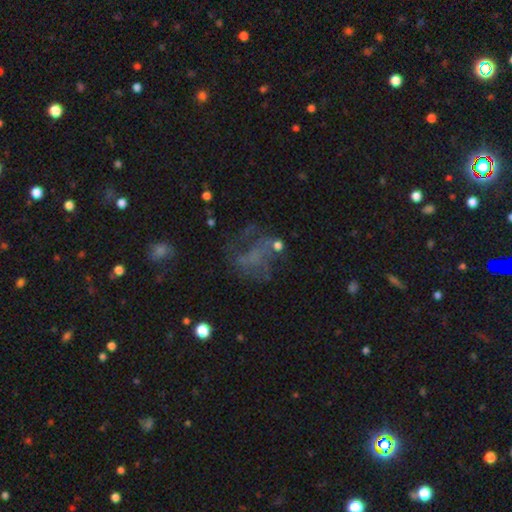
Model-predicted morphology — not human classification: This is marginally a featured or disk galaxy (45%). Merging: marginally none (42%).